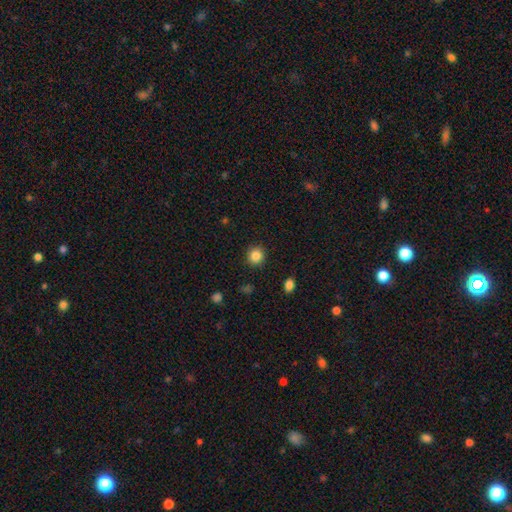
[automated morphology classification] smooth 86%, star or artifact 10%, featured or disk 4%. Down the decision tree: how rounded — round (90%); merging — none (91%).